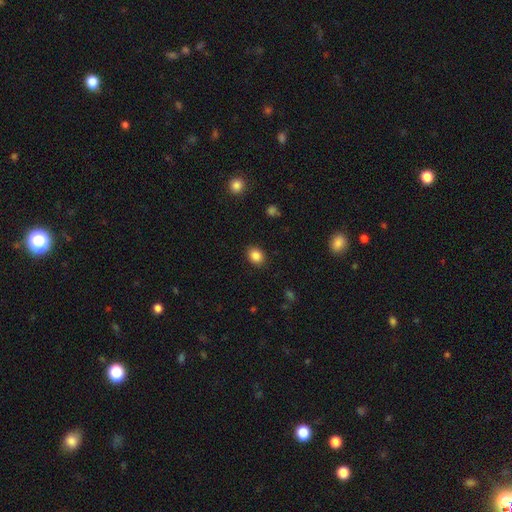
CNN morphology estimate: A smooth galaxy with no disk features (86%) that is round (52%).

Vote fractions:
- Smooth or featured? smooth: 86% / star or artifact: 9% / featured or disk: 4%
- How rounded? round: 52% / in between: 47% / cigar-shaped: 1%
- Merging? none: 89% / minor disturbance: 7% / major disturbance: 2% / merger: 1%